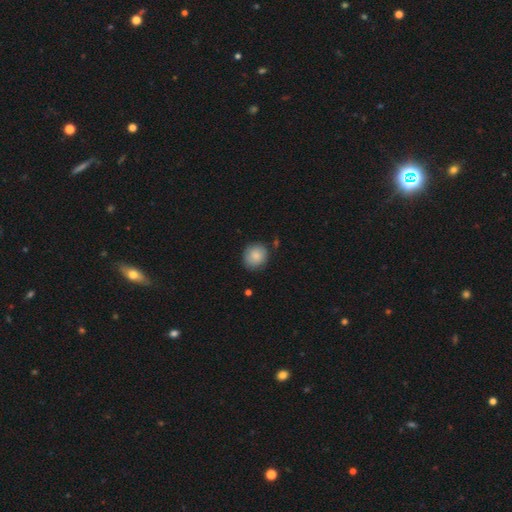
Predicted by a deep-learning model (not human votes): This is clearly a smooth galaxy (86%). How rounded: likely round (79%). Merging: clearly none (81%).